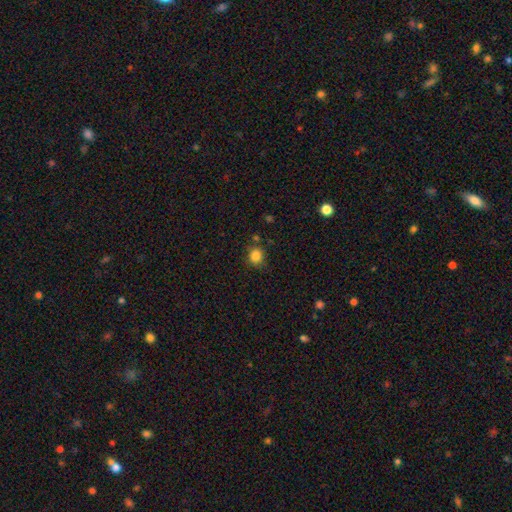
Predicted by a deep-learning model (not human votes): smooth_or_featured: smooth (p=0.85) [alt: star or artifact p=0.11]
how_rounded: round (p=0.81) [alt: in between p=0.19]
merging: none (p=0.80) [alt: minor disturbance p=0.12]